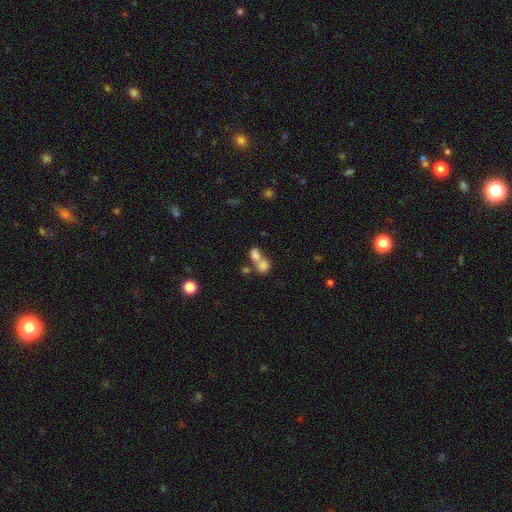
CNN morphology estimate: This is likely a smooth galaxy (76%). How rounded: possibly round (51%). Merging: likely merger (66%).